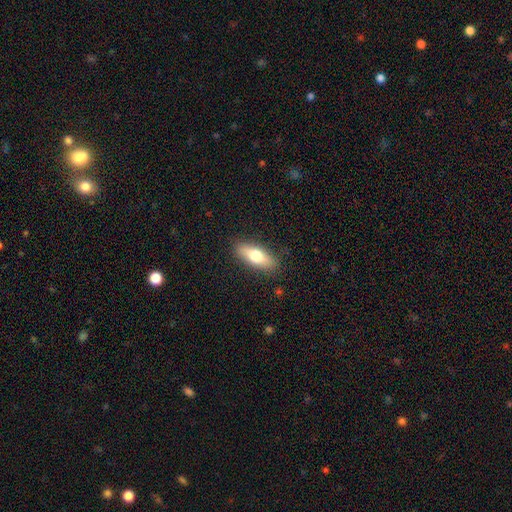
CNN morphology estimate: smooth 70%, featured or disk 24%, star or artifact 6%. Down the decision tree: how rounded — in between (66%); merging — none (86%).